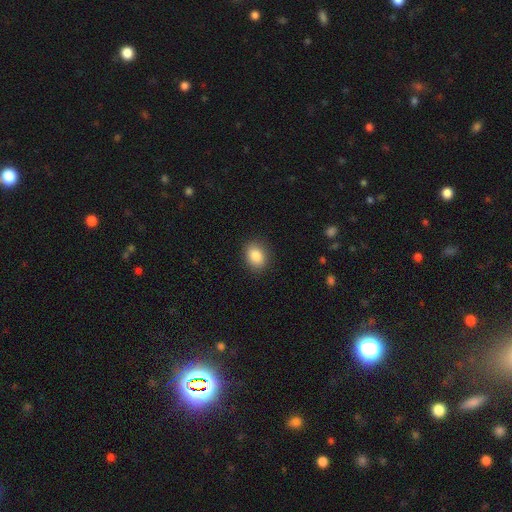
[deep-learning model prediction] Smooth or featured? Predicted: smooth (p=0.86). How rounded? Predicted: in between (p=0.63). Merging? Predicted: none (p=0.88).